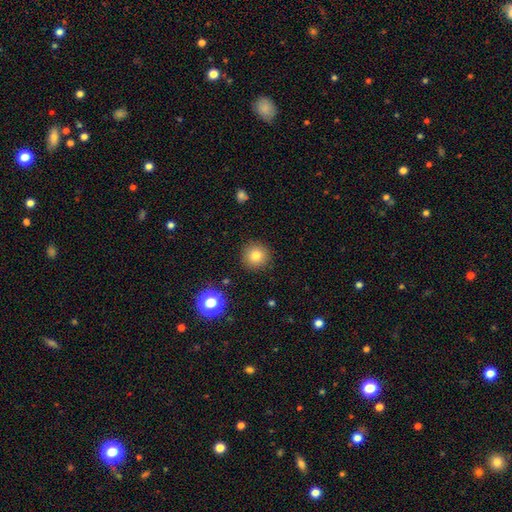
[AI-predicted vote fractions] A smooth galaxy with no disk features (80%) that is round (95%). Merging: none (91%).